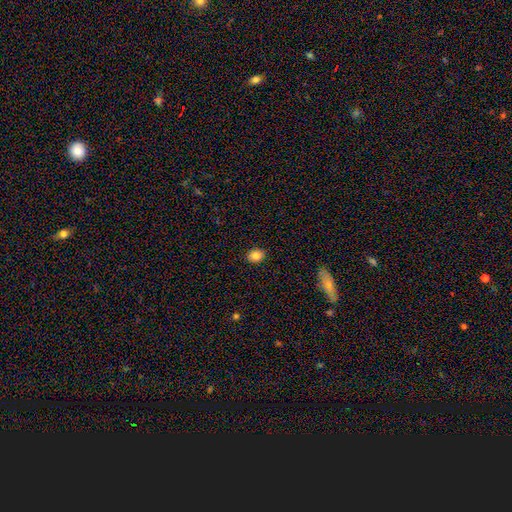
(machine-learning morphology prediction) smooth_or_featured: smooth (p=0.85) [alt: star or artifact p=0.09]
how_rounded: in between (p=0.53) [alt: round p=0.46]
merging: none (p=0.89) [alt: minor disturbance p=0.08]